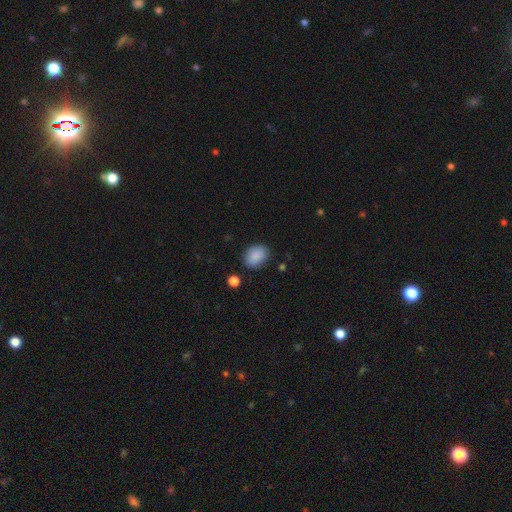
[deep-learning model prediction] smooth 88%, star or artifact 8%, featured or disk 4%. Down the decision tree: how rounded — in between (70%); merging — none (82%).